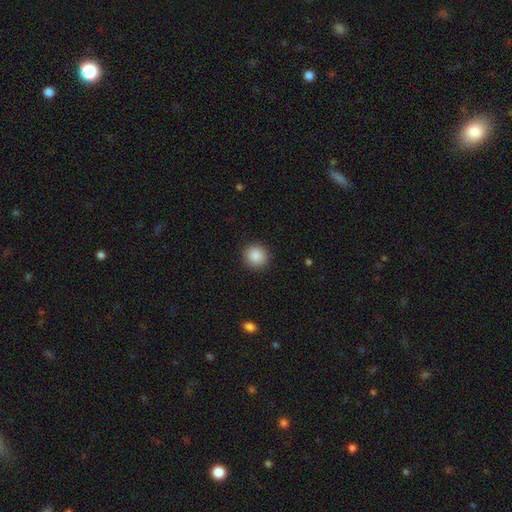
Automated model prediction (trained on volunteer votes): Smooth or featured?
  - smooth: 87% *
  - star or artifact: 9%
  - featured or disk: 4%
How rounded?
  - round: 91% *
  - in between: 8%
  - cigar-shaped: 1%
Merging?
  - none: 92% *
  - minor disturbance: 5%
  - major disturbance: 2%
  - merger: 1%